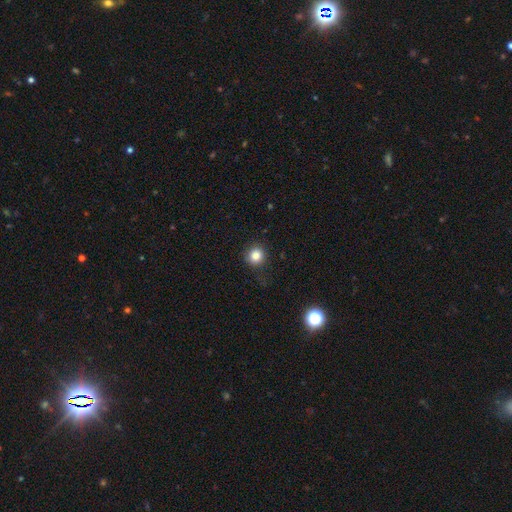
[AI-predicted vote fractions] This appears to be a smooth galaxy with no disk features (84%) that is round (90%). Merging: none (87%).